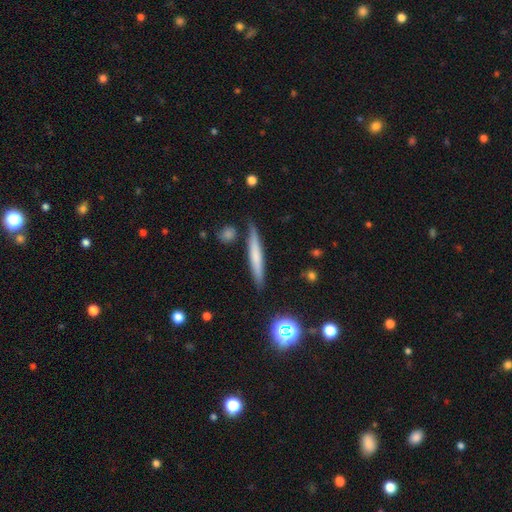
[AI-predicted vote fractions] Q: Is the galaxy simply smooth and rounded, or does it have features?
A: smooth — 59%.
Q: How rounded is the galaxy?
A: cigar-shaped — 94%.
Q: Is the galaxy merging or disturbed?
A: none — 84%.